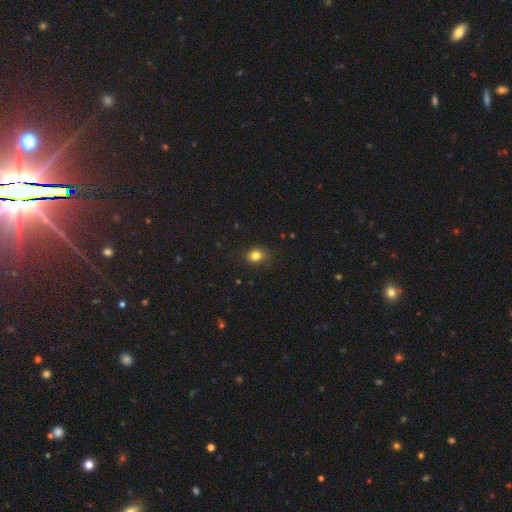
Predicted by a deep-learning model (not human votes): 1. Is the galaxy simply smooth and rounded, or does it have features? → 81% smooth, 13% star or artifact, 6% featured or disk.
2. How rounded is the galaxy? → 60% round, 38% in between, 1% cigar-shaped.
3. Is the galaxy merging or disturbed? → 82% none, 14% minor disturbance, 3% major disturbance, 1% merger.